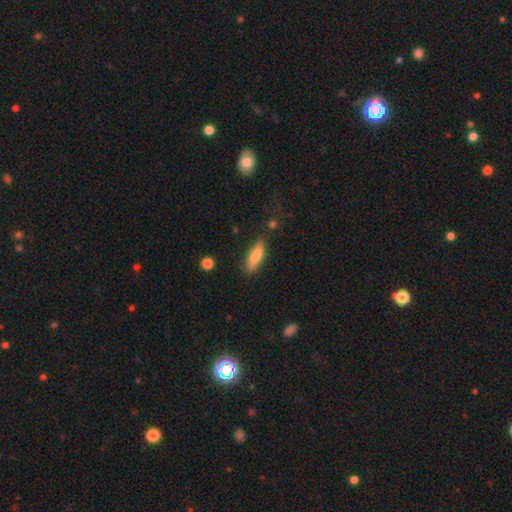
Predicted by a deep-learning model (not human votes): smooth-or-featured: smooth: 76% | featured or disk: 18% | star or artifact: 6%
  how-rounded: cigar-shaped: 54% | in between: 44% | round: 2%
  merging: none: 81% | minor disturbance: 13% | major disturbance: 3% | merger: 3%